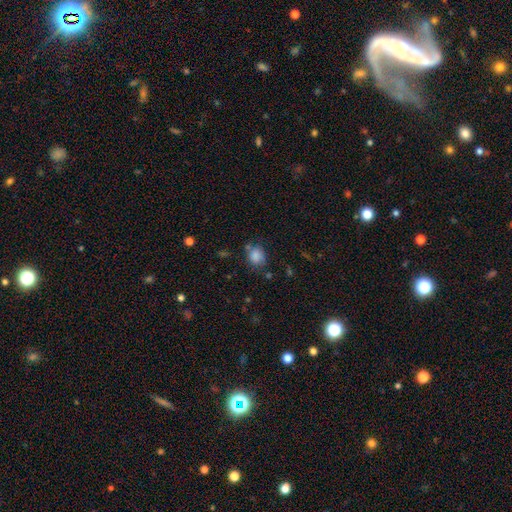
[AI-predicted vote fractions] Smooth or featured? smooth (83%)
How rounded? round (62%)
Merging? none (67%)